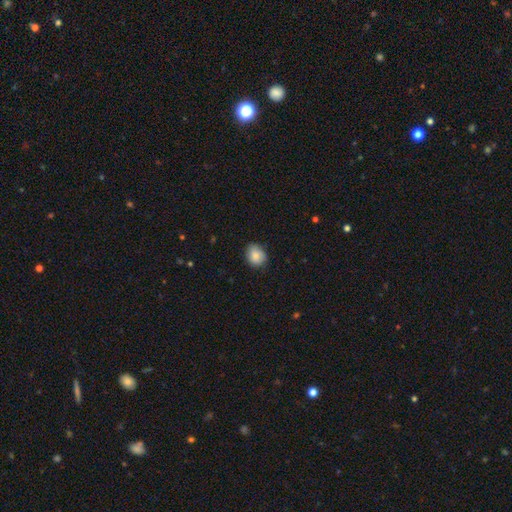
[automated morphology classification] smooth_or_featured: smooth (p=0.83) [alt: featured or disk p=0.09]
how_rounded: round (p=0.56) [alt: in between p=0.43]
merging: none (p=0.75) [alt: minor disturbance p=0.21]